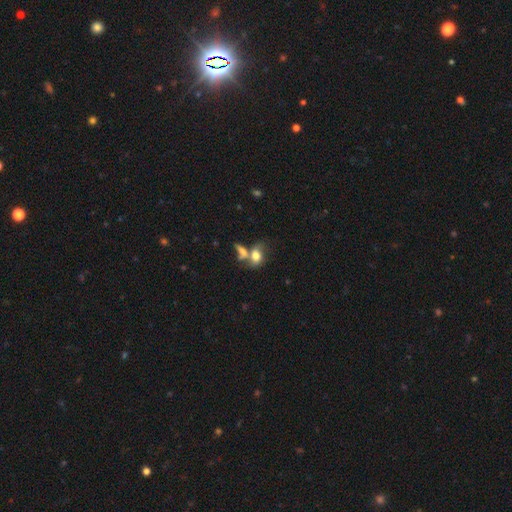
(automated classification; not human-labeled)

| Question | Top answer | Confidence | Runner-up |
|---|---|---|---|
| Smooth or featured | smooth | 69% | featured or disk (21%) |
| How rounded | in between | 71% | round (25%) |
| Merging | merger | 51% | none (27%) |